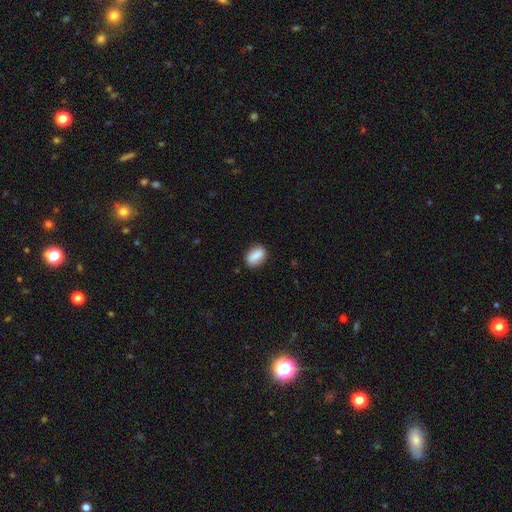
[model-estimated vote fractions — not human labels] smooth 84%, featured or disk 9%, star or artifact 7%. Down the decision tree: how rounded — in between (81%); merging — none (82%).